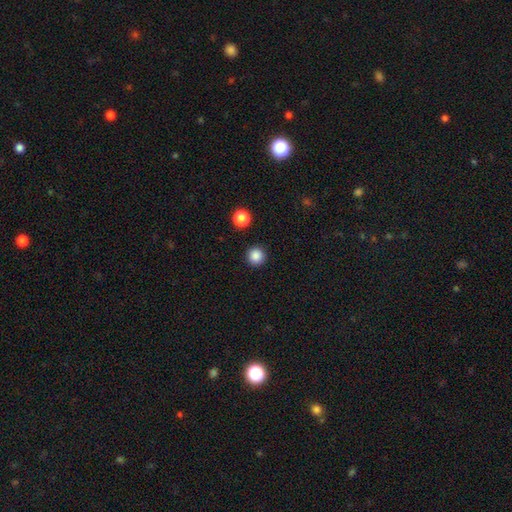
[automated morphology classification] Smooth or featured? smooth (86%)
How rounded? round (96%)
Merging? none (92%)